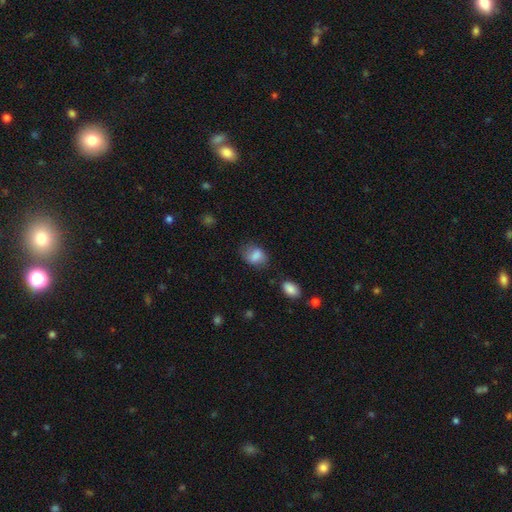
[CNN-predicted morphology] Smooth or featured: smooth — 79% (featured or disk — 12%)
How rounded: in between — 72% (round — 27%)
Merging: none — 63% (minor disturbance — 24%)